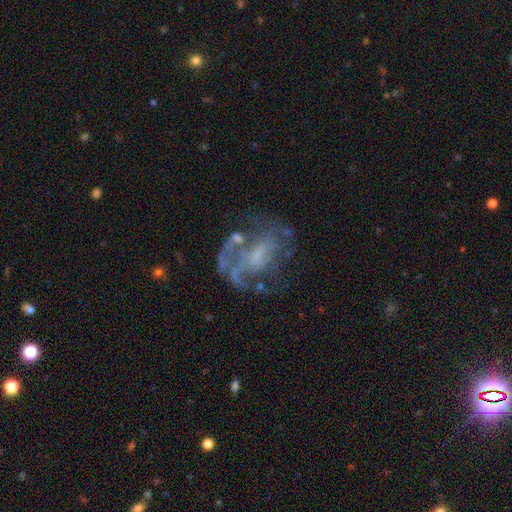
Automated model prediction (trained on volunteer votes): Smooth or featured: featured or disk — 75% (smooth — 14%)
Edge-on disk: no — 97% (yes — 3%)
Bar: no — 51% (weak — 37%)
Spiral arms: yes — 64% (no — 36%)
Bulge size: none — 39% (small — 33%)
Merging: none — 43% (major disturbance — 32%)